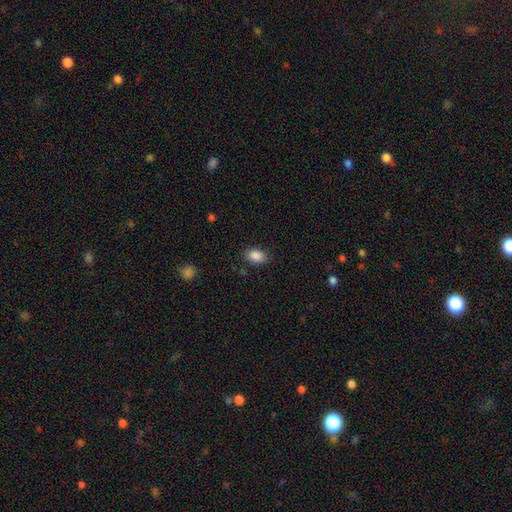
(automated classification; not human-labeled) Overall: smooth (88%). How rounded: in between (85%). Merging: none (84%).